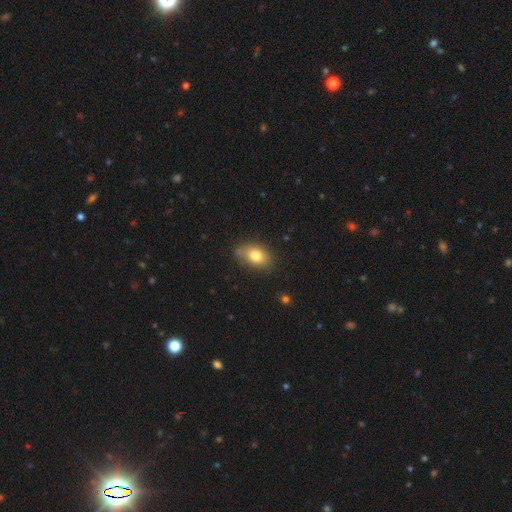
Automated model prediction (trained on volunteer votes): Smooth or featured: smooth — 78% (featured or disk — 13%)
How rounded: in between — 84% (round — 14%)
Merging: none — 70% (minor disturbance — 23%)